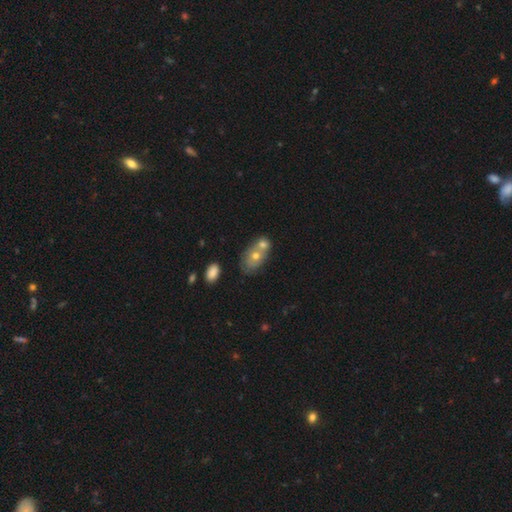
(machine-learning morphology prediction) Smooth or featured? Predicted: smooth (p=0.61). How rounded? Predicted: in between (p=0.74). Merging? Predicted: merger (p=0.58).